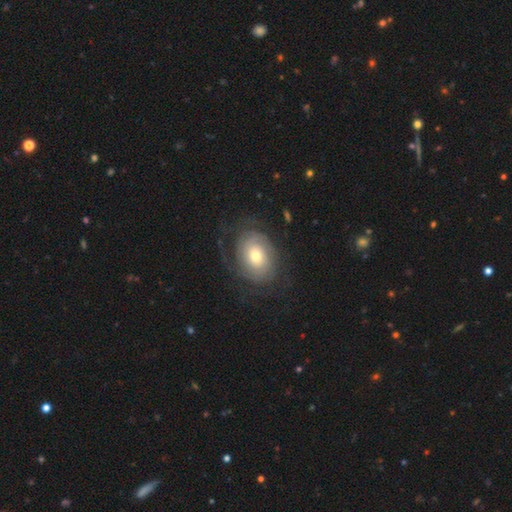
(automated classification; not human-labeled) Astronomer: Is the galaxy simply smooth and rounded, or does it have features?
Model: featured or disk — 69%.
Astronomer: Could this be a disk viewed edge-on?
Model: no — 96%.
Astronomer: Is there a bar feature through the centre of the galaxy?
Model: no — 78%.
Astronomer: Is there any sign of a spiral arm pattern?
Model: yes — 87%.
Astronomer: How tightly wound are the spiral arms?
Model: tight — 66%.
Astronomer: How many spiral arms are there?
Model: can't tell — 42% (runner-up: 2, 32%).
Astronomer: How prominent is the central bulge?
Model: moderate — 59%.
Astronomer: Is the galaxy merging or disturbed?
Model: none — 69%.